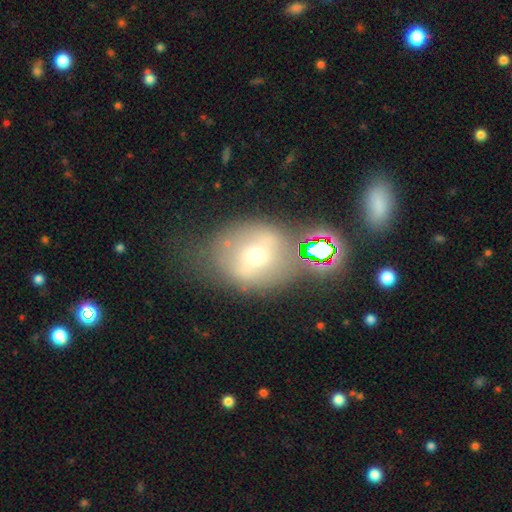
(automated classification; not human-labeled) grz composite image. It shows a smooth galaxy with no disk features (48%). Merging: none (54%).